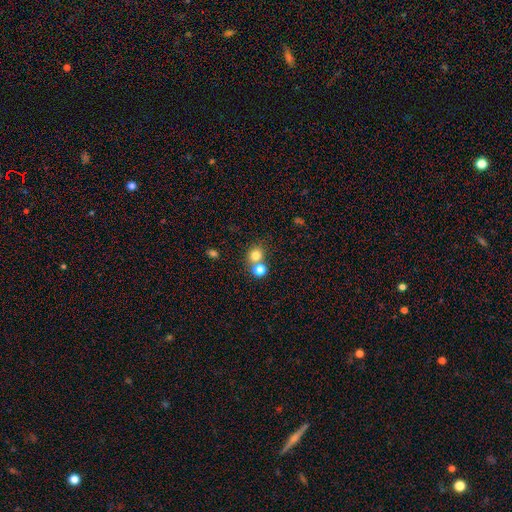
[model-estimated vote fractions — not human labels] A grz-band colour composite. It shows a smooth galaxy with no disk features (78%) that is round (80%). Merging: none (55%).